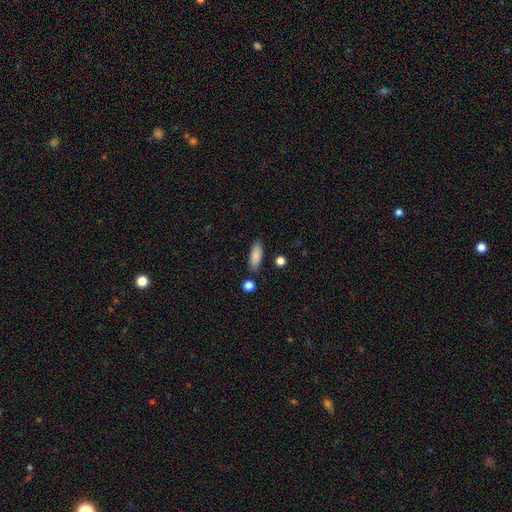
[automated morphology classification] This is clearly a smooth galaxy (86%). How rounded: likely in between (71%). Merging: clearly none (82%).